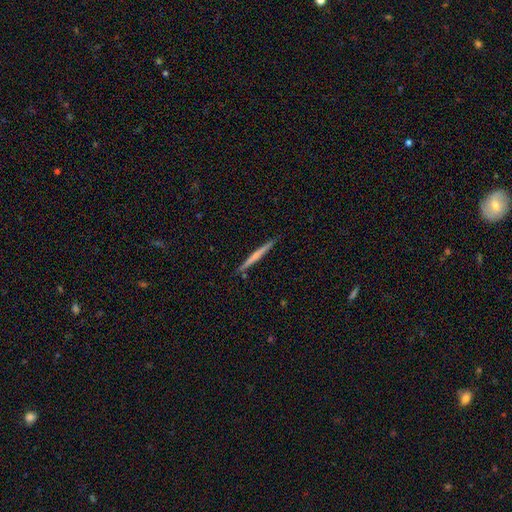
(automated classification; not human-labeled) smooth-or-featured: featured or disk: 50% | smooth: 44% | star or artifact: 6%
  disk-edge-on: yes: 98% | no: 2%
  merging: none: 90% | minor disturbance: 7% | merger: 1% | major disturbance: 1%